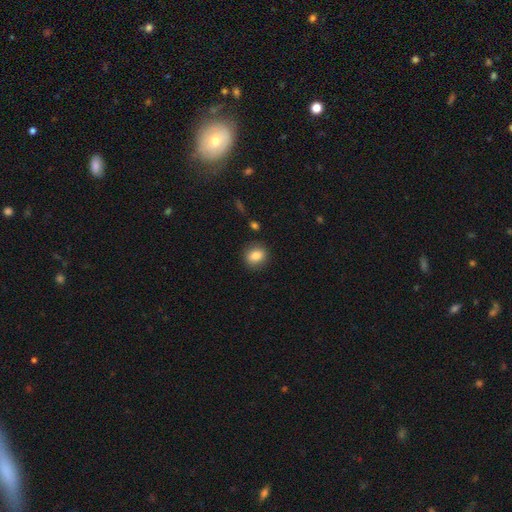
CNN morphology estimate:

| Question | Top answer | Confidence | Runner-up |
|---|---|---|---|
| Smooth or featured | smooth | 83% | star or artifact (9%) |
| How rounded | round | 68% | in between (31%) |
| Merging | none | 88% | minor disturbance (8%) |